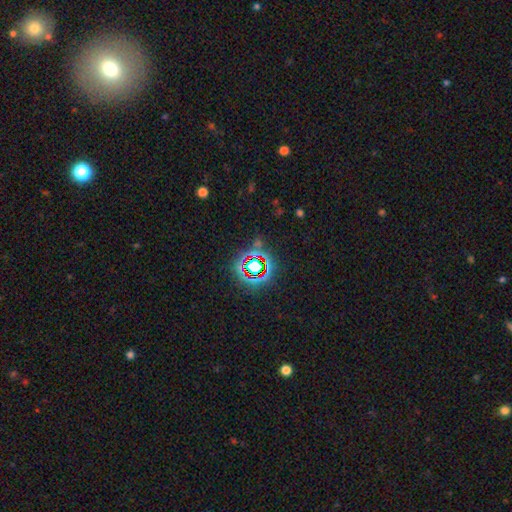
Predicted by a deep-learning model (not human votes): Smooth or featured: star or artifact — 77% (smooth — 14%)